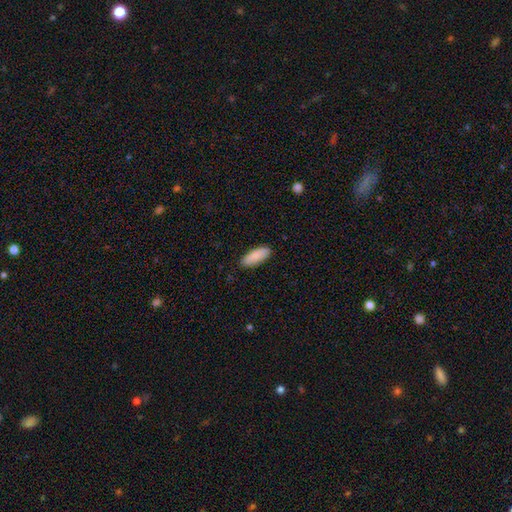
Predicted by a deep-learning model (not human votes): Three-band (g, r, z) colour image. It shows a smooth galaxy with no disk features (88%) that is in between round and cigar-shaped (74%). Merging: none (89%).